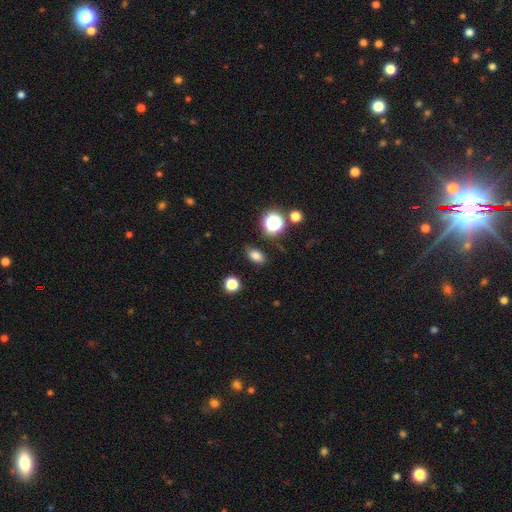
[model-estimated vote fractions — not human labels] Smooth or featured? smooth (79%)
How rounded? in between (82%)
Merging? none (84%)